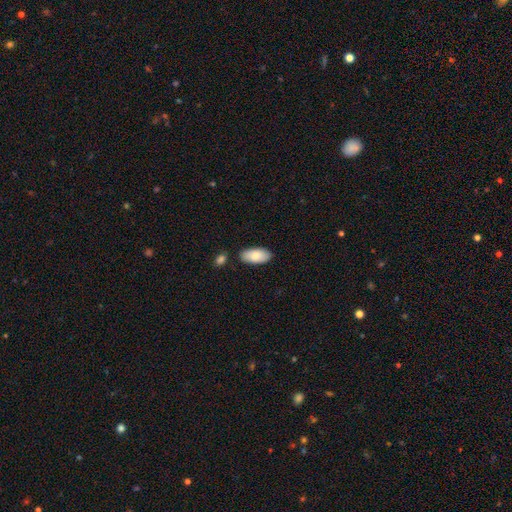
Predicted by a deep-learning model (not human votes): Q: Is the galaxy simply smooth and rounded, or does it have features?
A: smooth — 83%.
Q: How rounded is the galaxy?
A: in between — 93%.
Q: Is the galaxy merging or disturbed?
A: none — 82%.